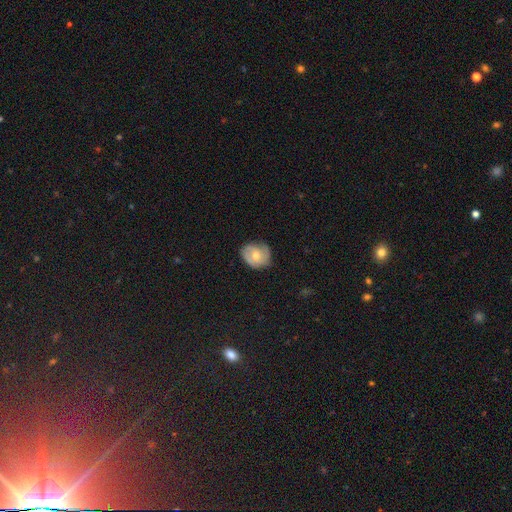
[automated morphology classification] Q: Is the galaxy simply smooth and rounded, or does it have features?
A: featured or disk — 47%.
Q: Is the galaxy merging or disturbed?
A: none — 64%.